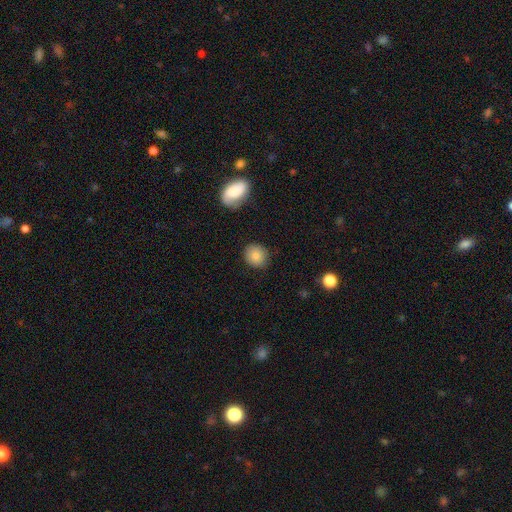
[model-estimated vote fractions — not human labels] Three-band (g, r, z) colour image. It shows a smooth galaxy with no disk features (84%) that is round (83%). Merging: none (86%).